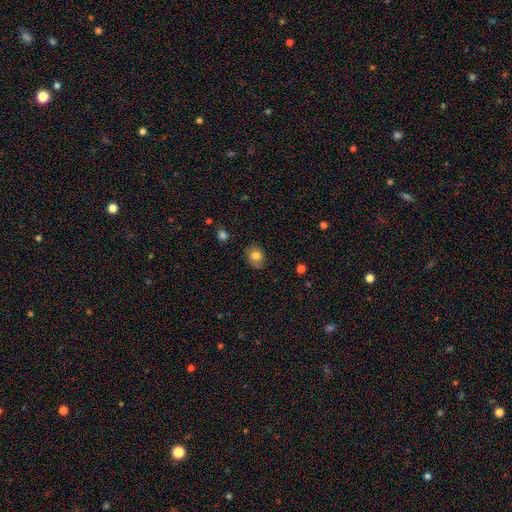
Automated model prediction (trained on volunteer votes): Smooth or featured?
  - smooth: 79% *
  - featured or disk: 12%
  - star or artifact: 9%
How rounded?
  - round: 54% *
  - in between: 46%
  - cigar-shaped: 1%
Merging?
  - none: 80% *
  - minor disturbance: 16%
  - major disturbance: 3%
  - merger: 1%